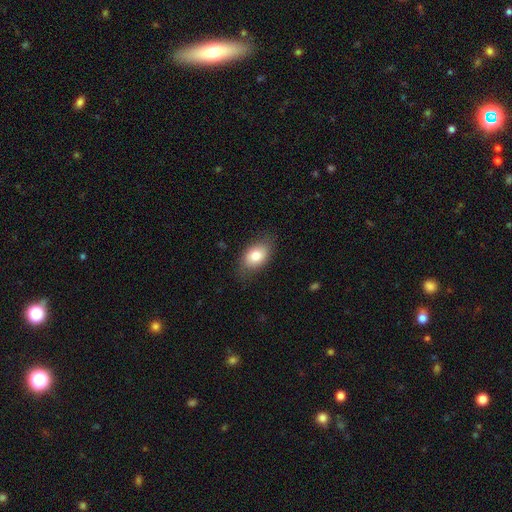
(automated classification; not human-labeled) Smooth or featured?
  - smooth: 79% *
  - featured or disk: 13%
  - star or artifact: 8%
How rounded?
  - in between: 87% *
  - round: 11%
  - cigar-shaped: 2%
Merging?
  - none: 80% *
  - minor disturbance: 16%
  - major disturbance: 4%
  - merger: 1%